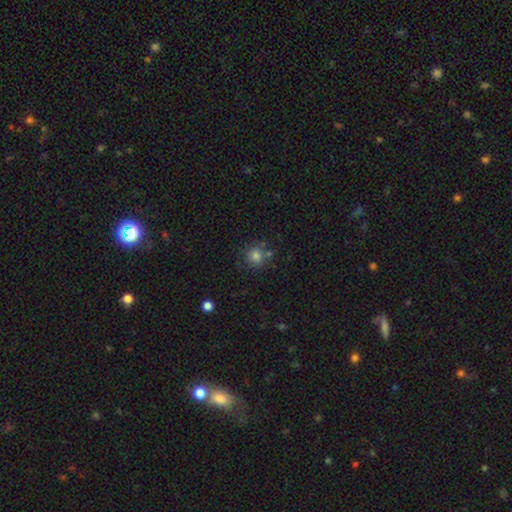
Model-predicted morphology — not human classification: smooth-or-featured: smooth: 81% | star or artifact: 12% | featured or disk: 7%
  how-rounded: round: 90% | in between: 9% | cigar-shaped: 1%
  merging: none: 72% | minor disturbance: 13% | merger: 11% | major disturbance: 4%